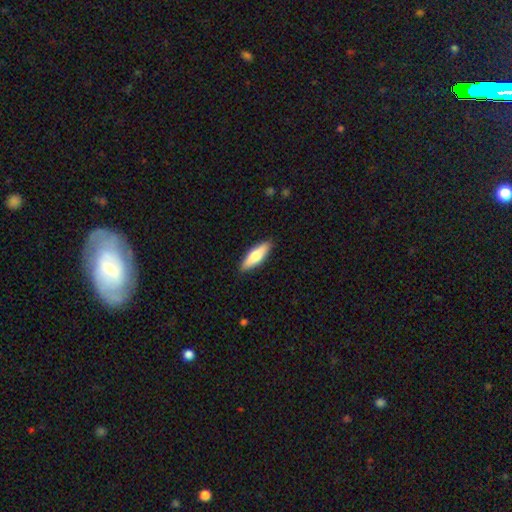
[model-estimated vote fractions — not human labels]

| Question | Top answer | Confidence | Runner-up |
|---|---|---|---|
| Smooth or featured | smooth | 66% | featured or disk (29%) |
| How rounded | cigar-shaped | 55% | in between (43%) |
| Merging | none | 90% | minor disturbance (8%) |